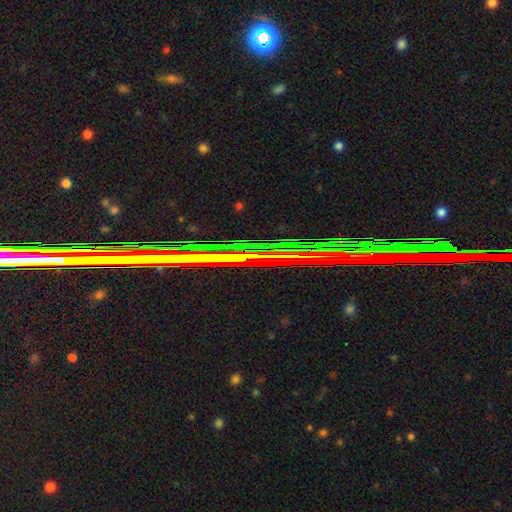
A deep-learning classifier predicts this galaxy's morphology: Smooth or featured? Predicted: star or artifact (p=0.75).